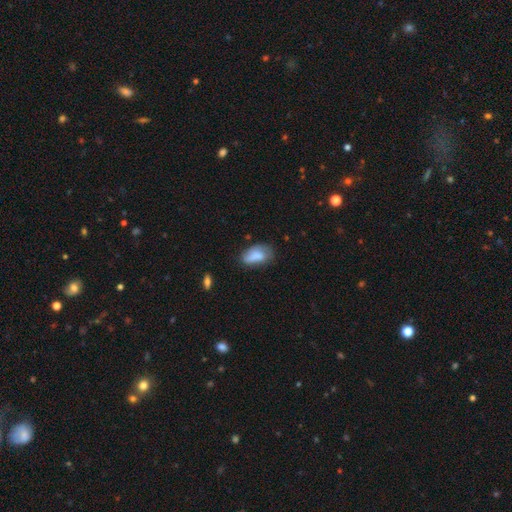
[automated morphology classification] type=smooth (76%); roundness=in between (90%); merging=none (48%).